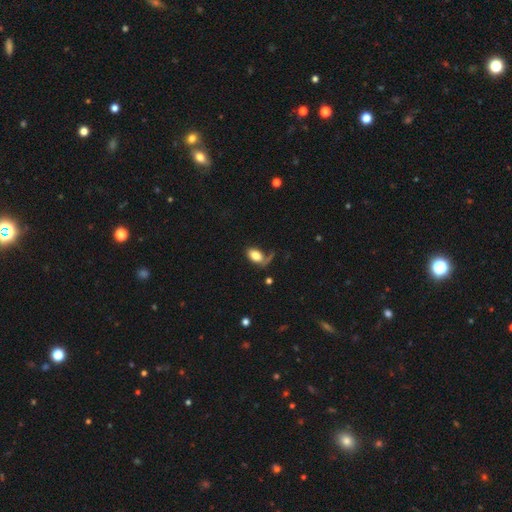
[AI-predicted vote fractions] Smooth or featured? Predicted: smooth (p=0.74). How rounded? Predicted: in between (p=0.88). Merging? Predicted: none (p=0.44).